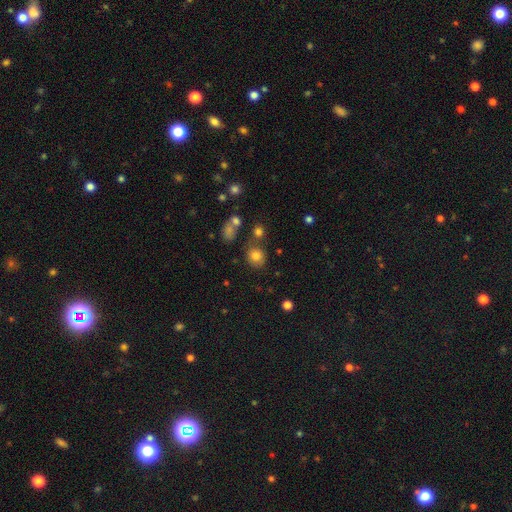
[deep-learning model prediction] smooth-or-featured: smooth: 79% | star or artifact: 12% | featured or disk: 9%
  how-rounded: round: 77% | in between: 22% | cigar-shaped: 1%
  merging: none: 70% | minor disturbance: 15% | merger: 10% | major disturbance: 6%